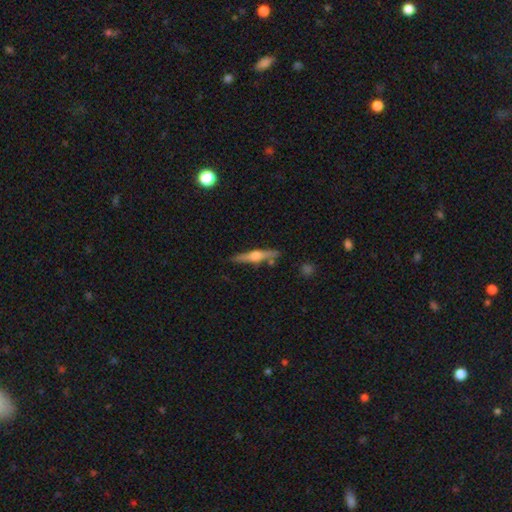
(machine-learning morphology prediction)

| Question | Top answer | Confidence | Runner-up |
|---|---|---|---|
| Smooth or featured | featured or disk | 65% | smooth (29%) |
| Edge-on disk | yes | 97% | no (3%) |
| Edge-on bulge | rounded | 88% | boxy (8%) |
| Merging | none | 83% | minor disturbance (11%) |